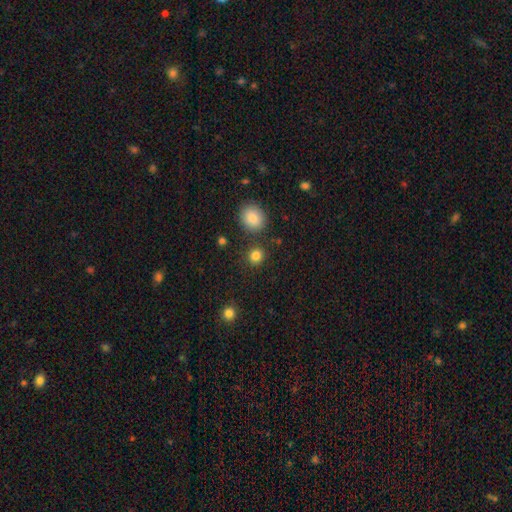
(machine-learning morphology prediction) Smooth or featured? smooth (84%)
How rounded? round (87%)
Merging? none (86%)